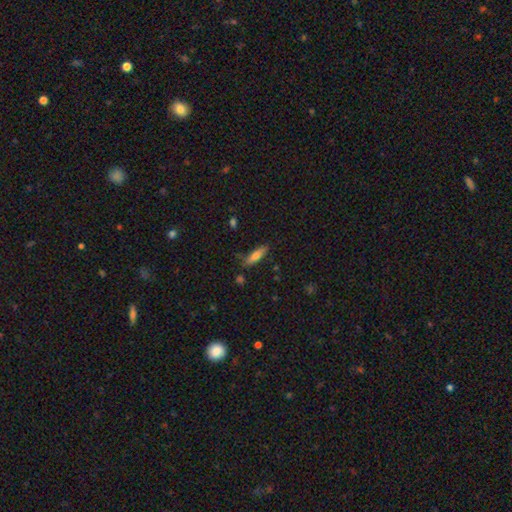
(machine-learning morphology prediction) type=smooth (70%); roundness=cigar-shaped (62%); merging=none (75%).